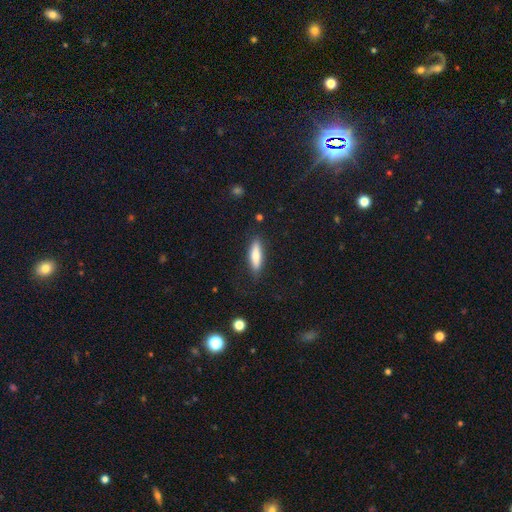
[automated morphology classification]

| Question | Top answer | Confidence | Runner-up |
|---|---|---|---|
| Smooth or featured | smooth | 72% | featured or disk (22%) |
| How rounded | cigar-shaped | 66% | in between (33%) |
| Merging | none | 84% | minor disturbance (12%) |